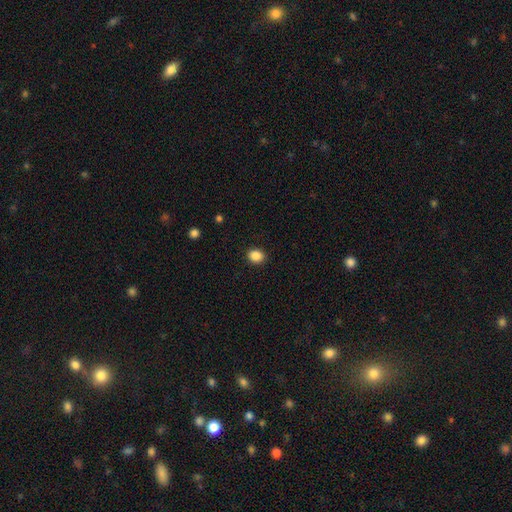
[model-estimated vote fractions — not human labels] The model was most divided on "how rounded": round: 63%, in between: 36%, cigar-shaped: 1%. More confident: merging — none (90%); smooth or featured — smooth (87%).